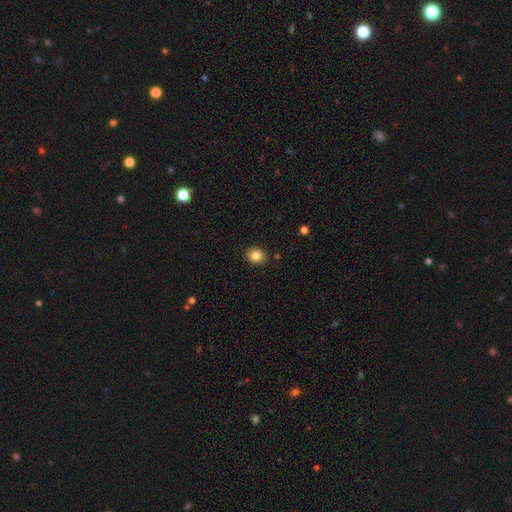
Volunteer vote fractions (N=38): A smooth galaxy with no disk features (92%) that is round (54%).

Vote fractions:
- Smooth or featured? smooth: 92% / featured or disk: 8% / star or artifact: 0%
- How rounded? round: 54% / in between: 46% / cigar-shaped: 0%
- Merging? none: 89% / minor disturbance: 5% / major disturbance: 3% / merger: 3%